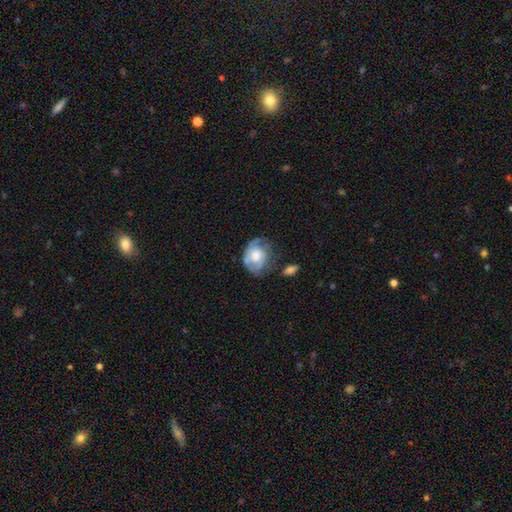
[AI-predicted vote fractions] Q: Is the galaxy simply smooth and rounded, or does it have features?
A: featured or disk — 54%.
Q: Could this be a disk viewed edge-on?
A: no — 96%.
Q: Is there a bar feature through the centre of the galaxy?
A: no — 81%.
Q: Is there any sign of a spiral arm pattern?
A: yes — 60%.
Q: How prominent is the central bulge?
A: moderate — 47%.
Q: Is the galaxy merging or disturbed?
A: none — 42%.